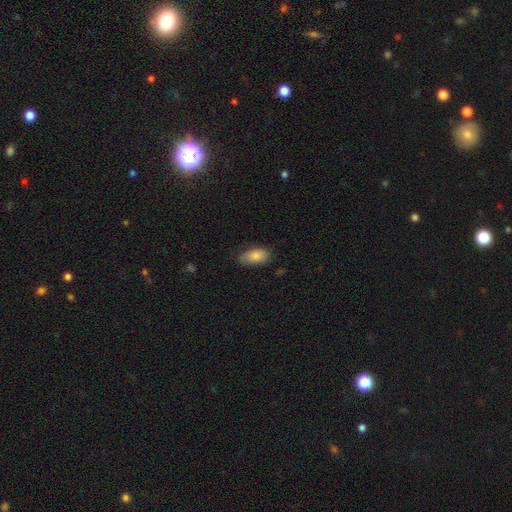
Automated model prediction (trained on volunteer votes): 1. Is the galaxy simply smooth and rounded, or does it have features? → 83% smooth, 11% featured or disk, 6% star or artifact.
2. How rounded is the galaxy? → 92% in between, 4% cigar-shaped, 3% round.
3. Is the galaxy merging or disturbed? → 71% none, 23% minor disturbance, 5% major disturbance, 1% merger.